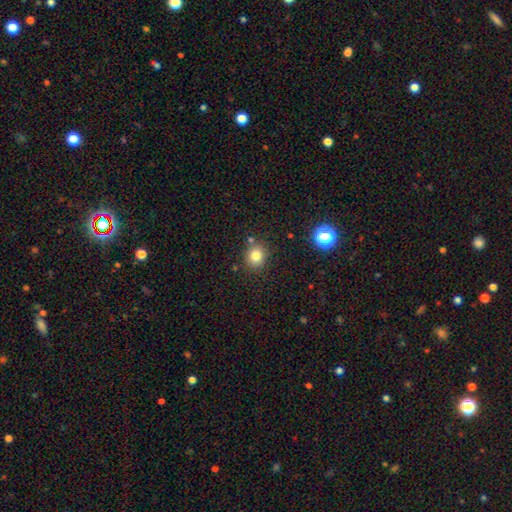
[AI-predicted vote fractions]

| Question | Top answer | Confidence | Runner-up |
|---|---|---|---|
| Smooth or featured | smooth | 80% | star or artifact (13%) |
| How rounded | round | 75% | in between (25%) |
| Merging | none | 80% | minor disturbance (11%) |